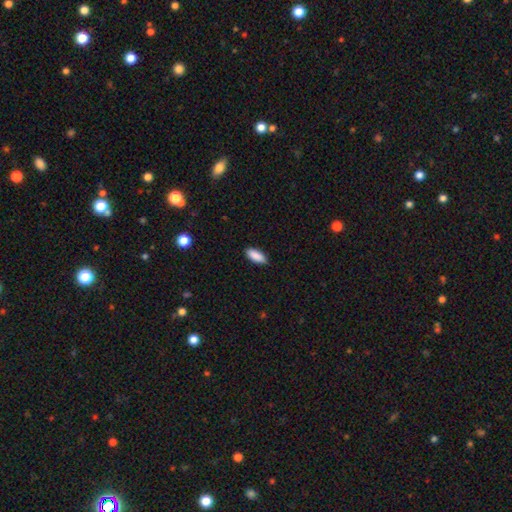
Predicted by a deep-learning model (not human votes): Smooth or featured? Predicted: smooth (p=0.89). How rounded? Predicted: in between (p=0.84). Merging? Predicted: none (p=0.86).